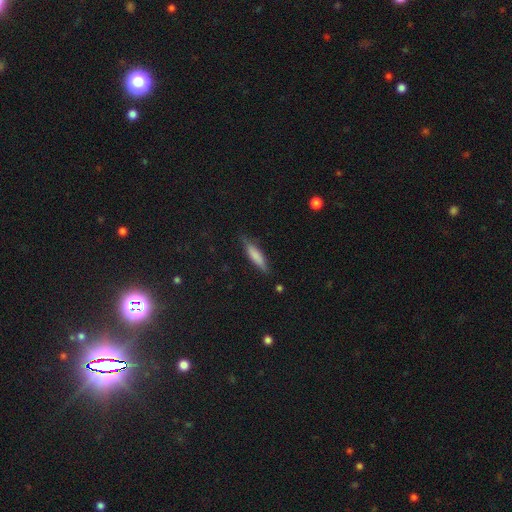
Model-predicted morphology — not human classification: smooth-or-featured: smooth: 72% | featured or disk: 21% | star or artifact: 7%
  how-rounded: cigar-shaped: 73% | in between: 25% | round: 2%
  merging: none: 79% | minor disturbance: 16% | major disturbance: 3% | merger: 2%